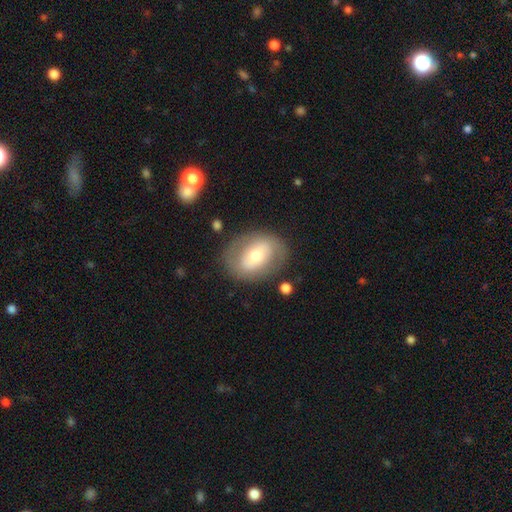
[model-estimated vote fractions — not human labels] Smooth or featured: featured or disk — 49% (smooth — 44%)
Merging: none — 78% (minor disturbance — 13%)